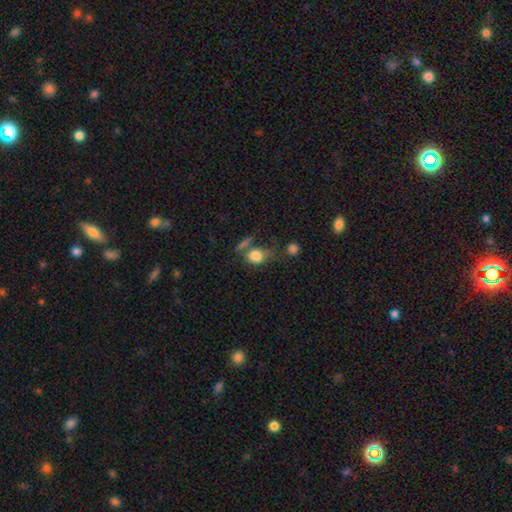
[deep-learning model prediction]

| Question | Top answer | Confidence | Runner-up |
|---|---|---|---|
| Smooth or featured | smooth | 79% | star or artifact (11%) |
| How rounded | round | 53% | in between (44%) |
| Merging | none | 45% | merger (22%) |